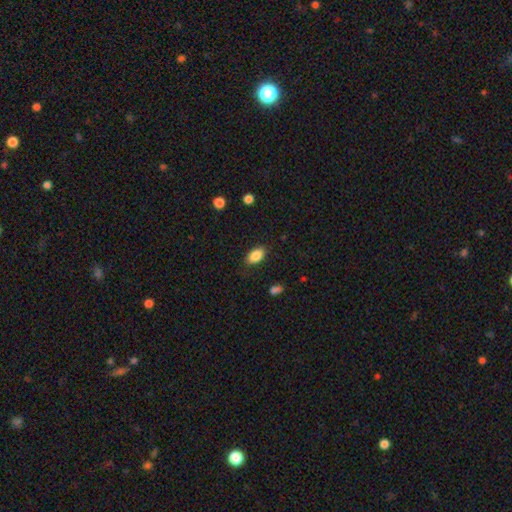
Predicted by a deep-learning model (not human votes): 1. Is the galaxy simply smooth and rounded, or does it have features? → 87% smooth, 8% star or artifact, 6% featured or disk.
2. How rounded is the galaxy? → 91% in between, 6% round, 3% cigar-shaped.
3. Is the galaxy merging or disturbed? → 84% none, 12% minor disturbance, 3% major disturbance, 1% merger.